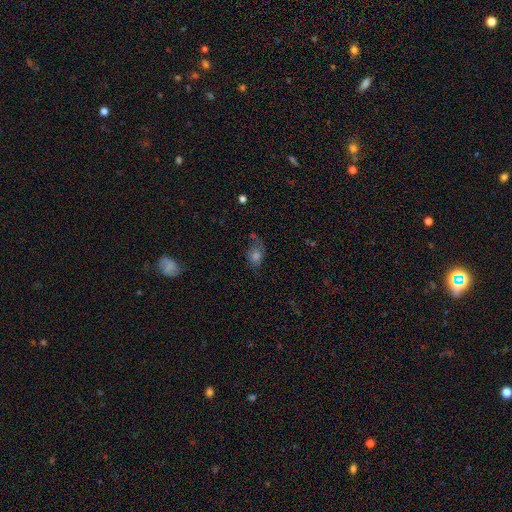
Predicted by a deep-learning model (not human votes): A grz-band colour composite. It shows a smooth galaxy with no disk features (51%) that is in between round and cigar-shaped (63%). Merging: none (53%).